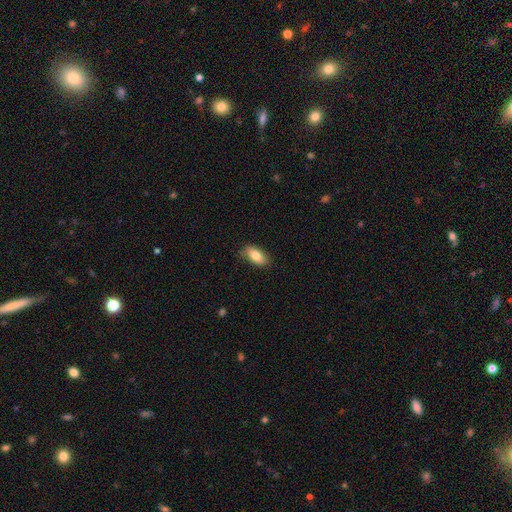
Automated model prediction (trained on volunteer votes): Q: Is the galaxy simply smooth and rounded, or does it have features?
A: smooth — 80%.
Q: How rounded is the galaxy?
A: in between — 88%.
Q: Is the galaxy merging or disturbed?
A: none — 82%.